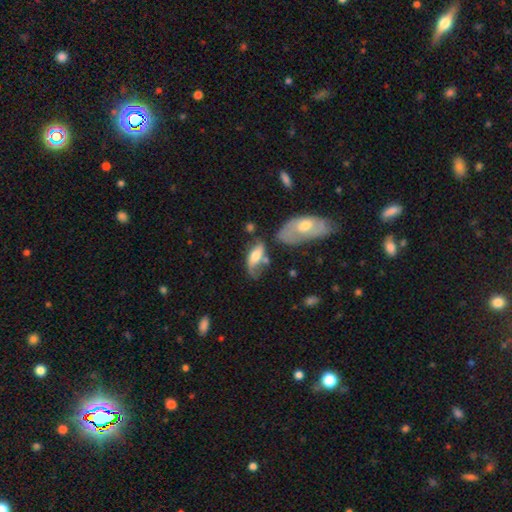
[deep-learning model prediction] This appears to be a smooth galaxy with no disk features (48%). Merging: none (36%).